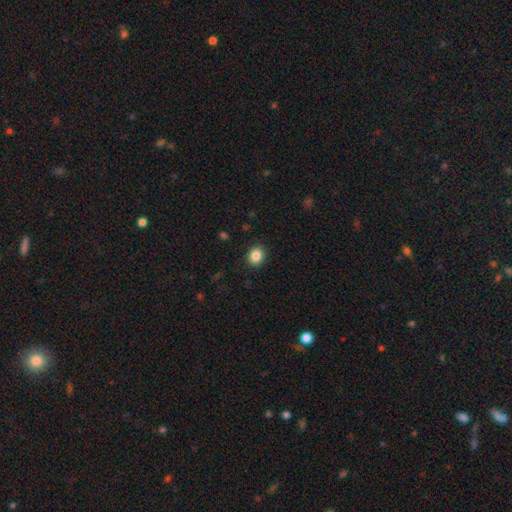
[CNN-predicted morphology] smooth 86%, star or artifact 9%, featured or disk 5%. Down the decision tree: how rounded — in between (54%); merging — none (90%).